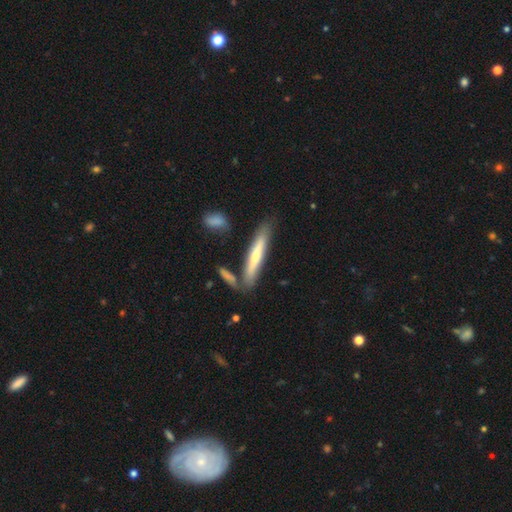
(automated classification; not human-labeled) Morphology: type=smooth (57%); roundness=cigar-shaped (91%); merging=none (75%).